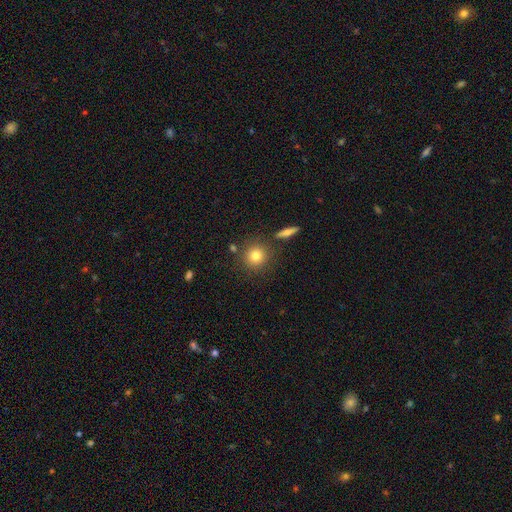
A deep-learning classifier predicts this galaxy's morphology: A smooth galaxy with no disk features (79%) that is round (91%). Merging: none (83%).